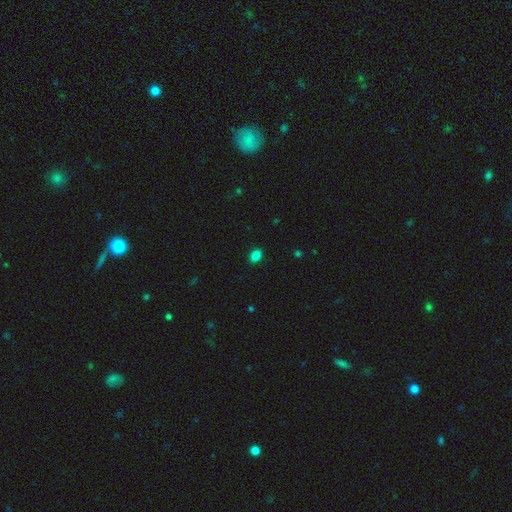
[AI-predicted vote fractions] smooth 84%, star or artifact 12%, featured or disk 4%. Down the decision tree: how rounded — in between (70%); merging — none (89%).